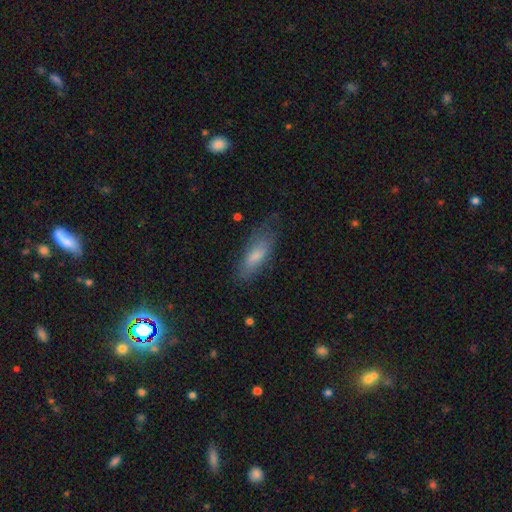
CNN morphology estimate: smooth 74%, featured or disk 19%, star or artifact 7%. Down the decision tree: how rounded — in between (60%); merging — none (69%).